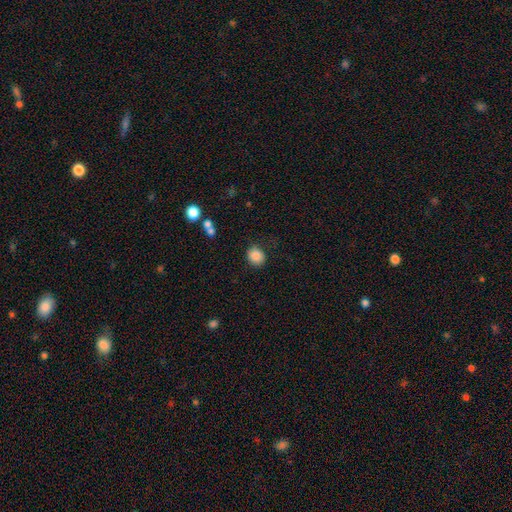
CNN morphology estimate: A smooth galaxy with no disk features (86%) that is round (67%).

Vote fractions:
- Smooth or featured? smooth: 86% / star or artifact: 9% / featured or disk: 5%
- How rounded? round: 67% / in between: 32% / cigar-shaped: 1%
- Merging? none: 77% / minor disturbance: 16% / major disturbance: 5% / merger: 2%